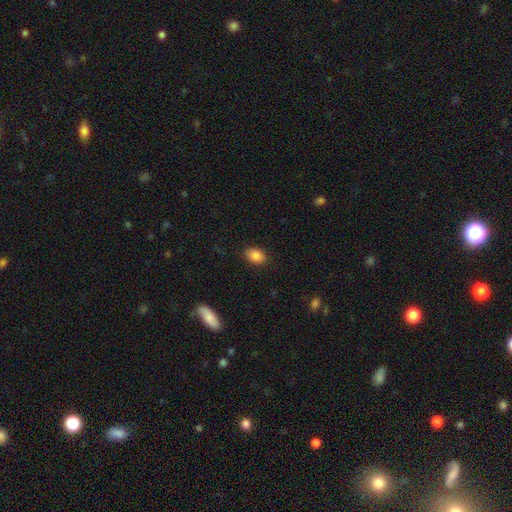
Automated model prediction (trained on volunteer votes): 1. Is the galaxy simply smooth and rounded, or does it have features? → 87% smooth, 8% star or artifact, 5% featured or disk.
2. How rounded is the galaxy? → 83% in between, 16% round, 1% cigar-shaped.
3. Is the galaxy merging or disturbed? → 87% none, 10% minor disturbance, 2% major disturbance, 1% merger.